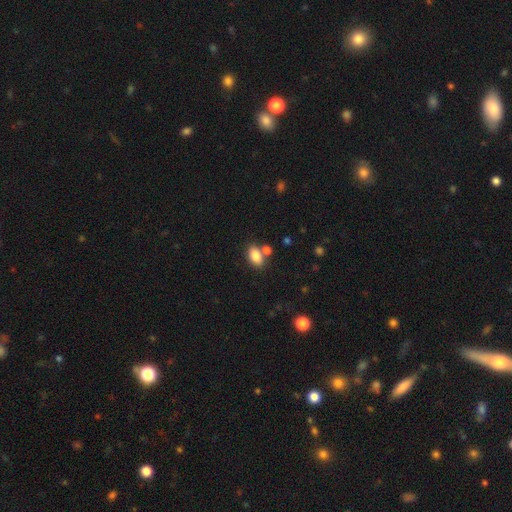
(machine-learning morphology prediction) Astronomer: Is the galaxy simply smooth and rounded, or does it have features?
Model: smooth — 84%.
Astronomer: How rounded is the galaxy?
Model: in between — 89%.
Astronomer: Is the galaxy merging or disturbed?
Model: none — 63%.